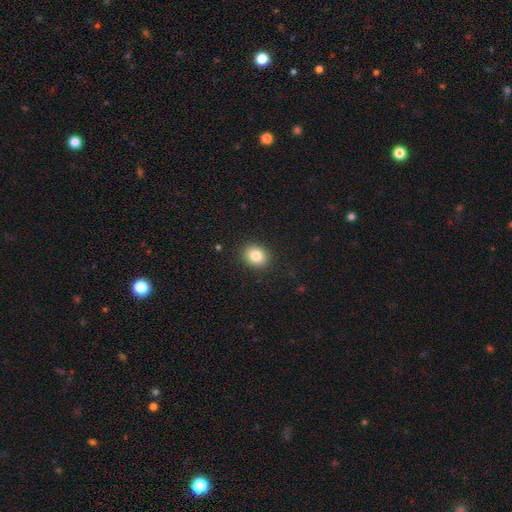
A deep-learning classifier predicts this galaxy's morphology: This appears to be a smooth galaxy with no disk features (84%) that is round (58%). Merging: none (90%).